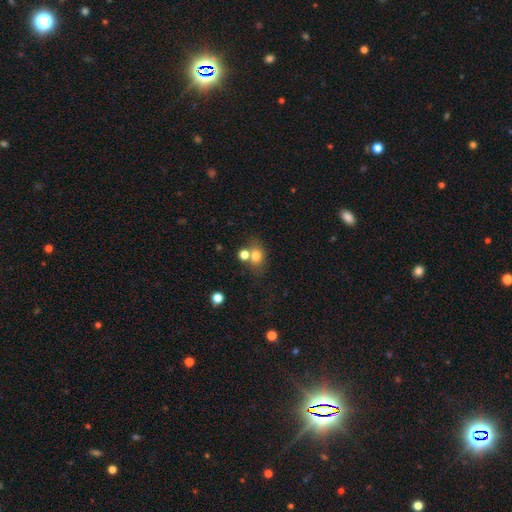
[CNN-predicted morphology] Smooth or featured: smooth — 74% (star or artifact — 13%)
How rounded: round — 51% (in between — 47%)
Merging: none — 52% (merger — 32%)